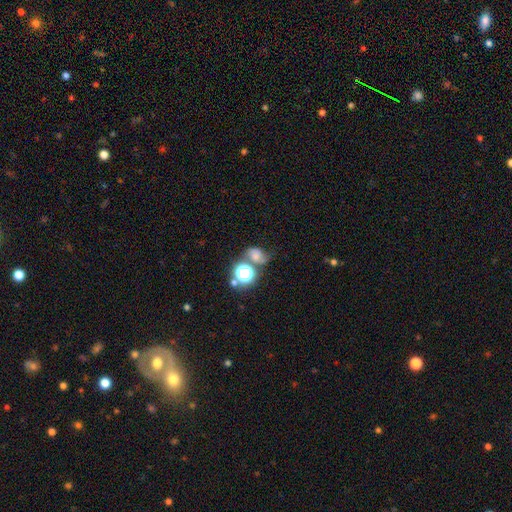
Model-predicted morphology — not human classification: type=smooth (49%); merging=none (42%).